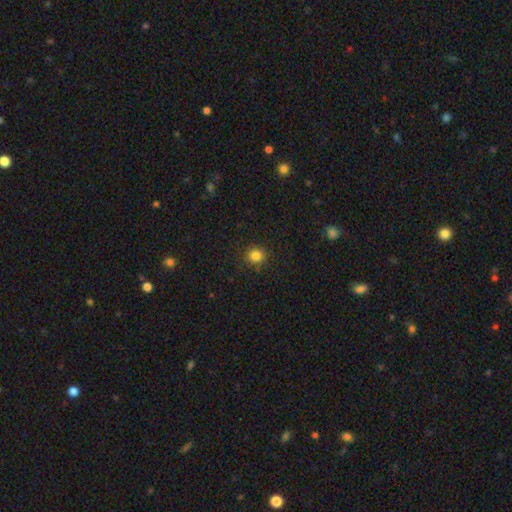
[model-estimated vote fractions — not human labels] Overall: smooth (83%). How rounded: round (88%). Merging: none (89%).